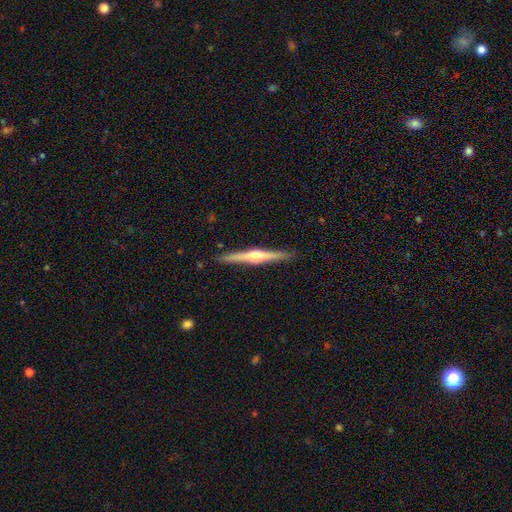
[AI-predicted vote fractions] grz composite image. It shows a featured or disk galaxy (73%) viewed edge-on (98%) with a rounded central bulge (86%). Merging: none (91%).